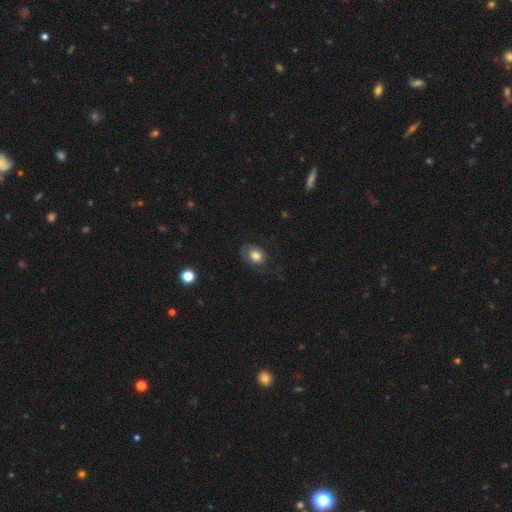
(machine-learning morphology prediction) smooth 69%, featured or disk 22%, star or artifact 8%. Down the decision tree: how rounded — in between (69%); merging — none (57%).